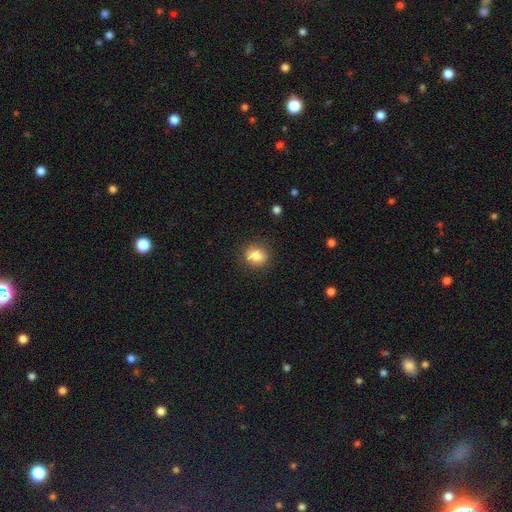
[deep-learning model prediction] Smooth or featured? smooth (84%)
How rounded? round (66%)
Merging? none (86%)